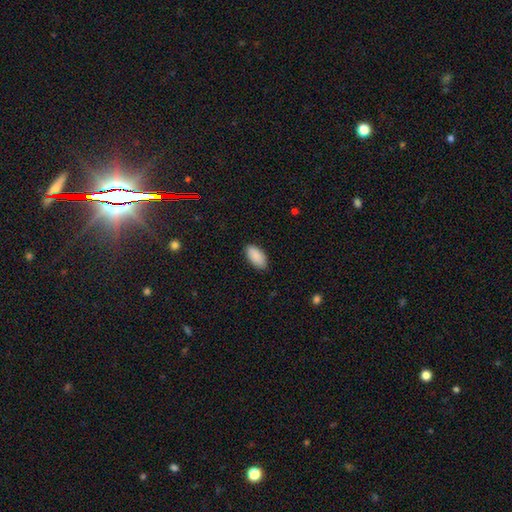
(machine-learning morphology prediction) Q: Smooth or featured?
A: smooth (90%); runner-up: star or artifact (6%)
Q: How rounded?
A: in between (94%); runner-up: cigar-shaped (4%)
Q: Merging?
A: none (85%); runner-up: minor disturbance (12%)